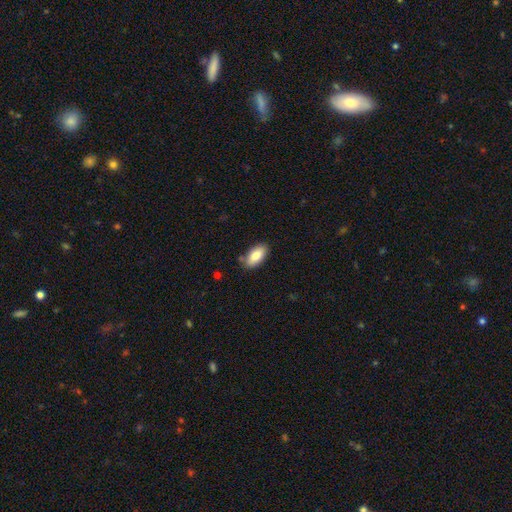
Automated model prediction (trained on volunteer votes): This is clearly a smooth galaxy (81%). How rounded: clearly in between (91%). Merging: clearly none (82%).